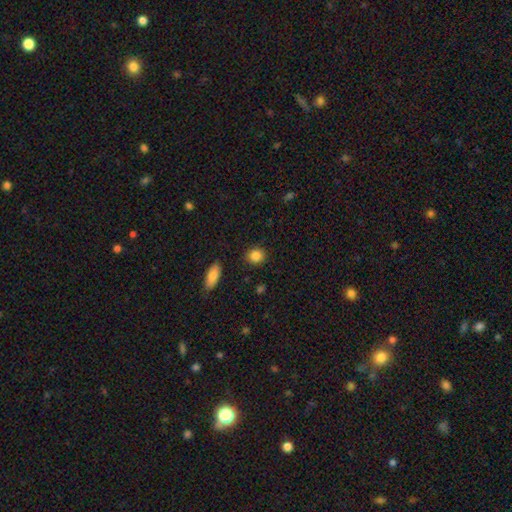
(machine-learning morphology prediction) smooth-or-featured: smooth: 86% | star or artifact: 9% | featured or disk: 5%
  how-rounded: round: 80% | in between: 19% | cigar-shaped: 1%
  merging: none: 90% | minor disturbance: 7% | major disturbance: 2% | merger: 2%